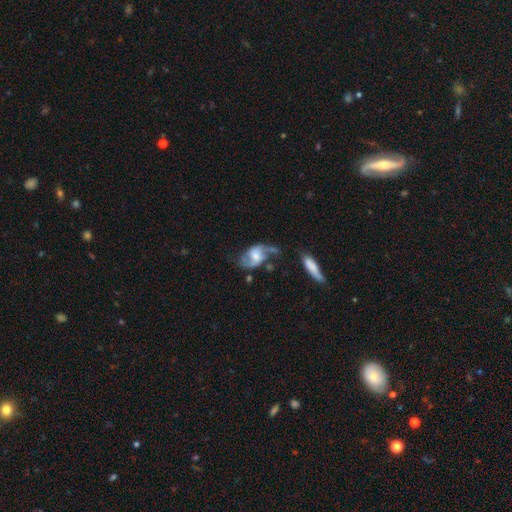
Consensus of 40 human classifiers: Overall: featured or disk (65%). Edge-on disk: no (85%). Bar: weak (50%; no 45%). Spiral arms: yes (91%). Spiral arm count: 2 (95%). Spiral winding: medium (55%; loose 40%). Bulge size: moderate (45%; small 36%). Merging: none (44%; minor disturbance 31%).